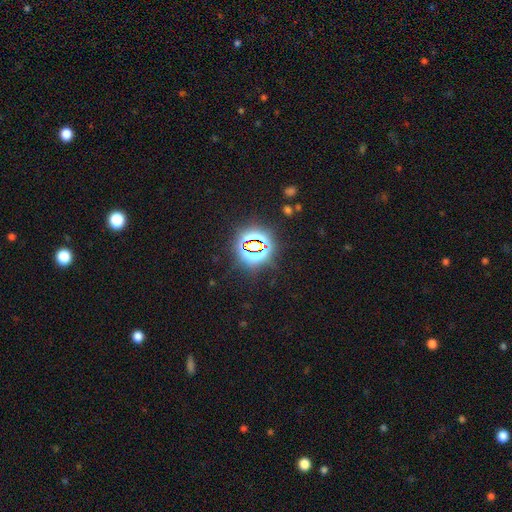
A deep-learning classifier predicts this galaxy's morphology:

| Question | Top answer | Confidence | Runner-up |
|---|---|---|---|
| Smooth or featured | star or artifact | 78% | smooth (13%) |